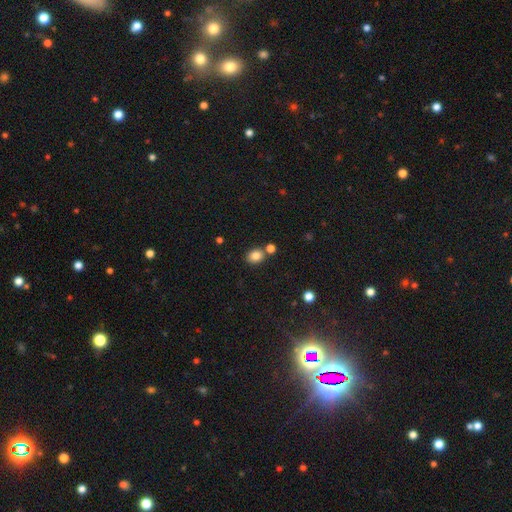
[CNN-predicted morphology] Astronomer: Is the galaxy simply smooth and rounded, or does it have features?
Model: smooth — 83%.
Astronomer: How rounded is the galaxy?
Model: in between — 50% (runner-up: round, 49%).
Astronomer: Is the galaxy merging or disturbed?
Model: none — 72%.